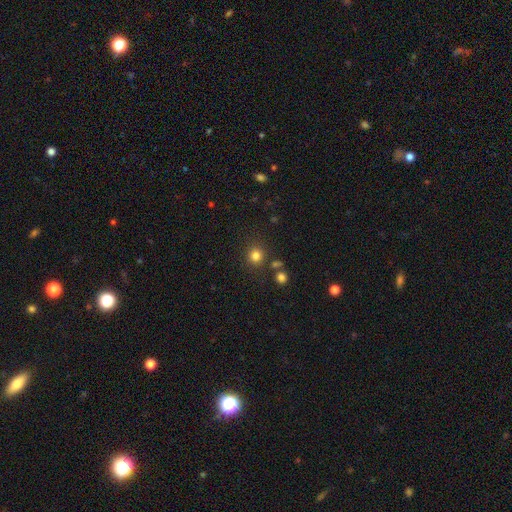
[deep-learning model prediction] This appears to be a smooth galaxy with no disk features (81%) that is round (89%). Merging: none (83%).